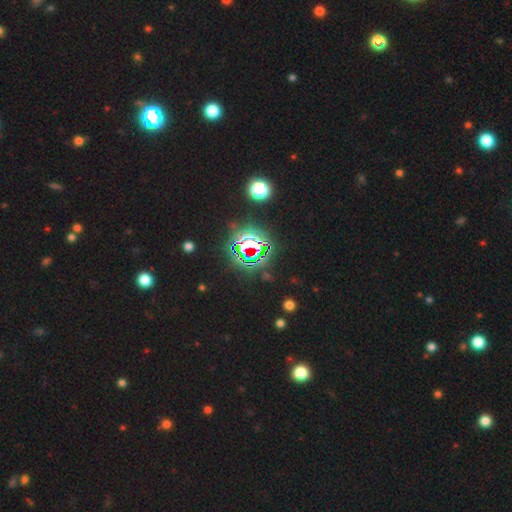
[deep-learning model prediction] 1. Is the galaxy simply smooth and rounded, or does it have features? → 79% star or artifact, 12% smooth, 9% featured or disk.